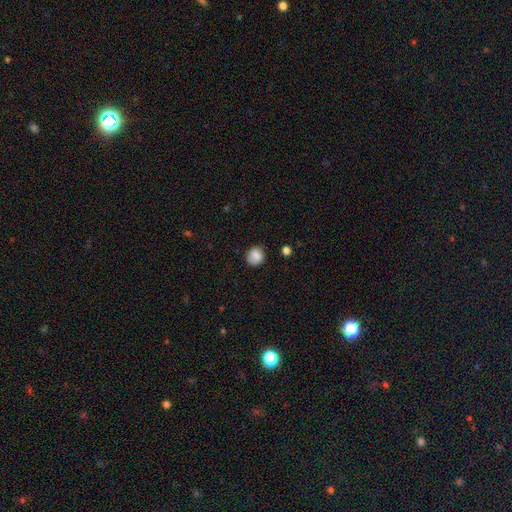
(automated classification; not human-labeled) The model was most divided on "merging": none: 78%, minor disturbance: 16%, major disturbance: 4%, merger: 2%. More confident: smooth or featured — smooth (84%); how rounded — round (82%).